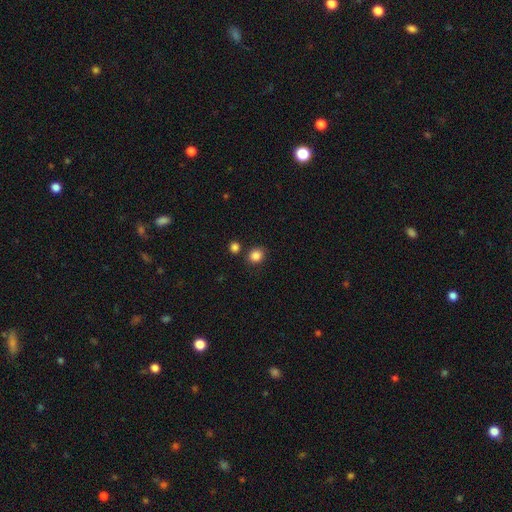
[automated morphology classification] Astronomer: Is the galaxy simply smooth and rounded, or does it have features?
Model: smooth — 86%.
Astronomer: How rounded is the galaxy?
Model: round — 70%.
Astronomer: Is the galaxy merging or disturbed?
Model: none — 79%.